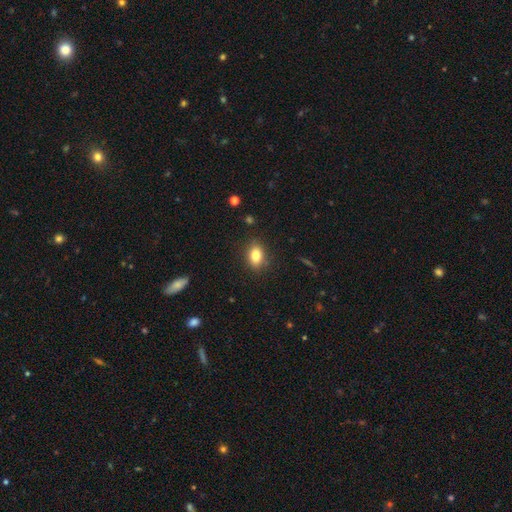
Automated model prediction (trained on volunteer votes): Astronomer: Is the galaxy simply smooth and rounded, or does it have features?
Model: smooth — 81%.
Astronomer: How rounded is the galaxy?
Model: in between — 77%.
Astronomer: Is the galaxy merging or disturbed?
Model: none — 85%.